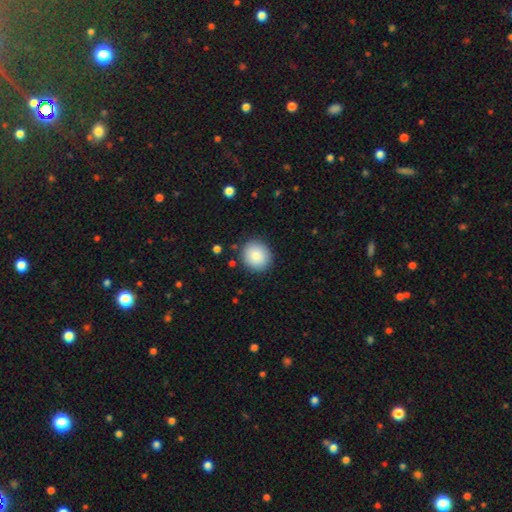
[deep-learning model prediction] Morphology: type=smooth (85%); roundness=round (86%); merging=none (89%).